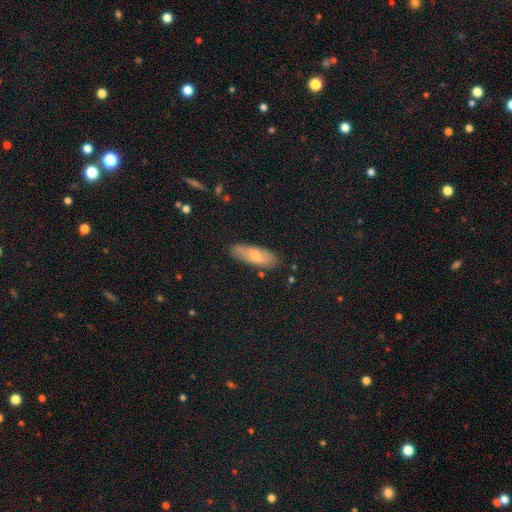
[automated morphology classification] Smooth or featured: smooth — 67% (featured or disk — 26%)
How rounded: in between — 63% (cigar-shaped — 35%)
Merging: none — 81% (minor disturbance — 14%)